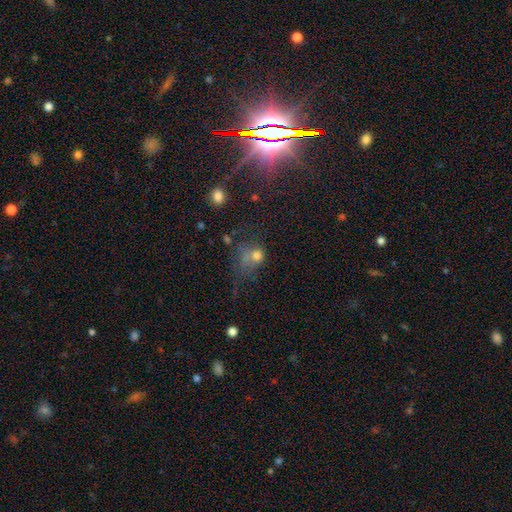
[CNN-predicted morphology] smooth 62%, star or artifact 21%, featured or disk 17%. Down the decision tree: how rounded — round (58%); merging — none (34%).